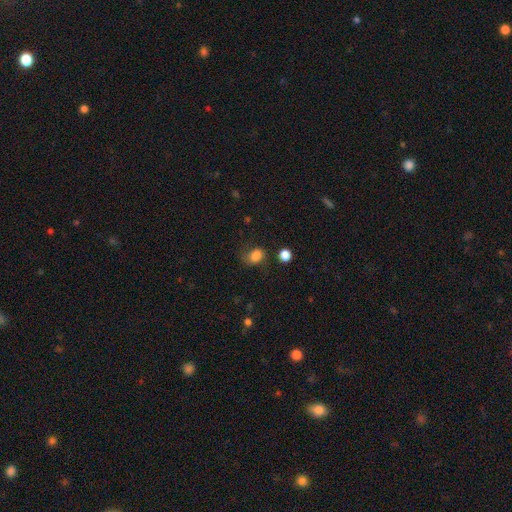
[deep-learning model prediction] Morphology: type=smooth (82%); roundness=in between (66%); merging=none (56%).